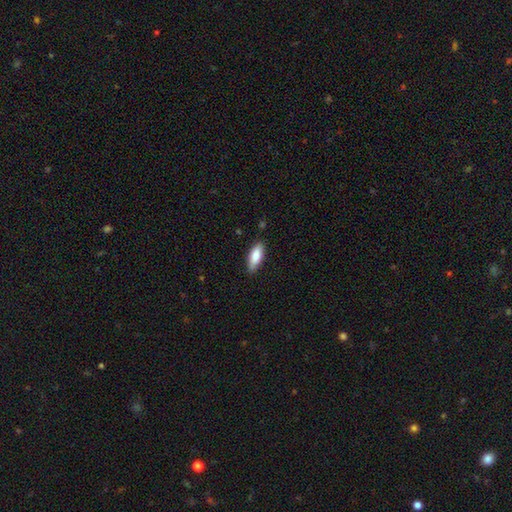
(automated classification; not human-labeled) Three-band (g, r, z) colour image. It shows a smooth galaxy with no disk features (82%) that is in between round and cigar-shaped (72%). Merging: none (84%).